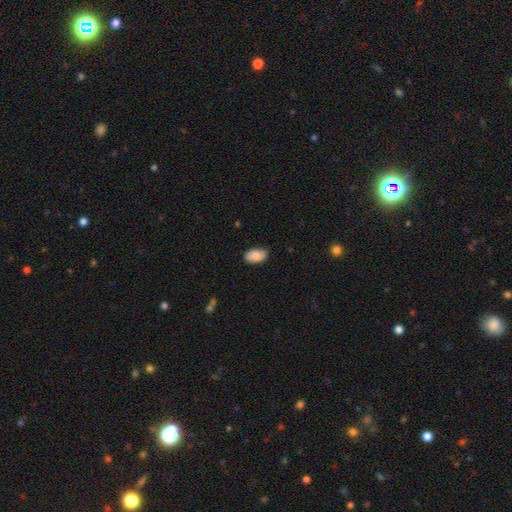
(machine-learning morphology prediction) The model was most divided on "merging": none: 80%, minor disturbance: 16%, major disturbance: 3%, merger: 1%. More confident: how rounded — in between (93%); smooth or featured — smooth (85%).